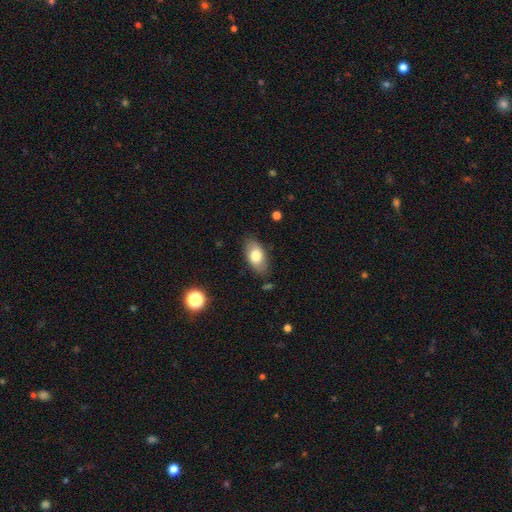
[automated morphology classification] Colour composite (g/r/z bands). It shows a smooth galaxy with no disk features (76%) that is in between round and cigar-shaped (92%). Merging: none (82%).